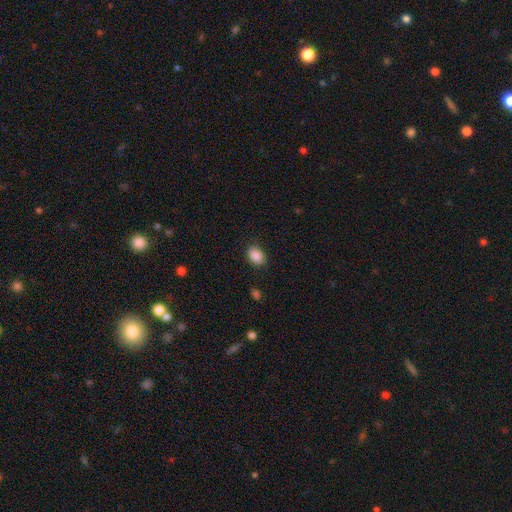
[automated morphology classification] Smooth or featured? Predicted: smooth (p=0.89). How rounded? Predicted: in between (p=0.75). Merging? Predicted: none (p=0.86).